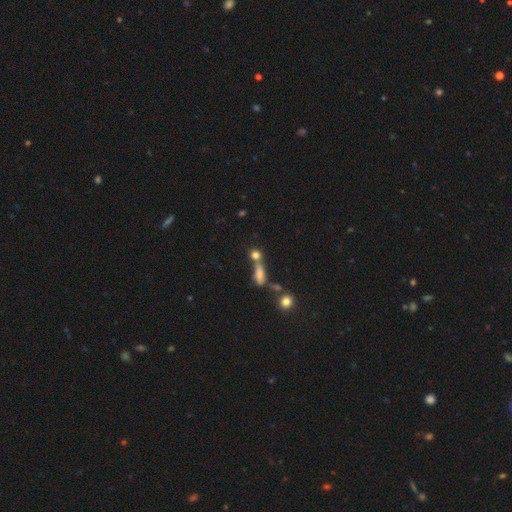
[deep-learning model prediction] Smooth or featured: smooth — 72% (star or artifact — 15%)
How rounded: round — 57% (in between — 30%)
Merging: merger — 46% (none — 40%)